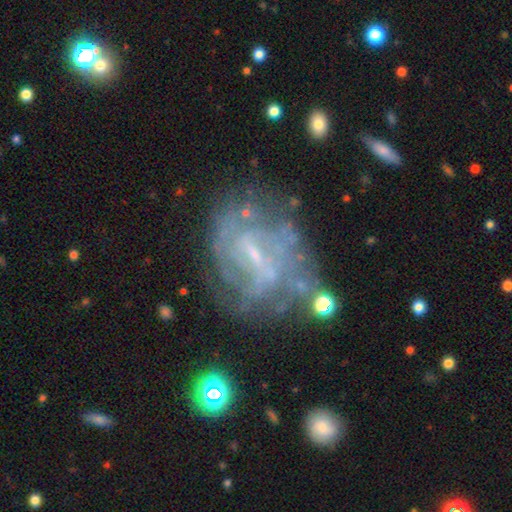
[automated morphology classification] smooth-or-featured: featured or disk: 79% | smooth: 12% | star or artifact: 9%
  disk-edge-on: no: 97% | yes: 3%
    bar: weak: 54% | no: 26% | strong: 20%
    has-spiral-arms: yes: 74% | no: 26%
      spiral-winding: tight: 49% | medium: 34% | loose: 17%
      spiral-arm-count: can't tell: 54% | 2: 17% | 3: 11% | 4: 8% | more than 4: 5% | 1: 5%
    bulge-size: small: 65% | none: 17% | moderate: 15% | large: 1% | dominant: 1%
  merging: none: 54% | minor disturbance: 22% | major disturbance: 19% | merger: 5%